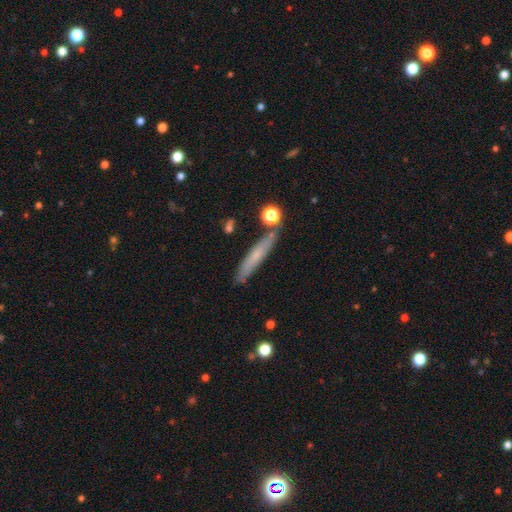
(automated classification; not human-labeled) Smooth or featured?
  - smooth: 57% *
  - featured or disk: 35%
  - star or artifact: 8%
How rounded?
  - cigar-shaped: 90% *
  - in between: 8%
  - round: 2%
Merging?
  - none: 77% *
  - minor disturbance: 14%
  - merger: 6%
  - major disturbance: 3%